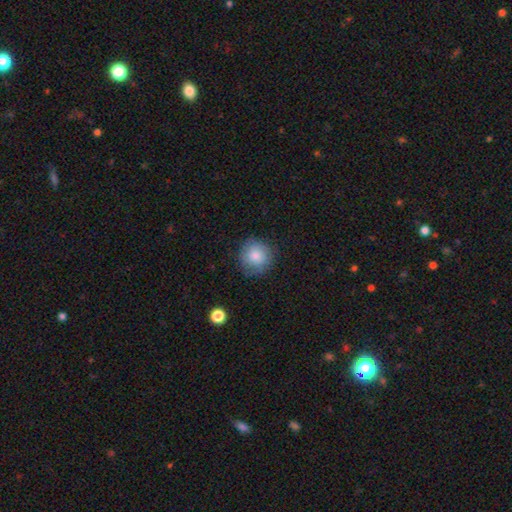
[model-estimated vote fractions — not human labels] Smooth or featured? smooth (81%)
How rounded? round (92%)
Merging? none (81%)